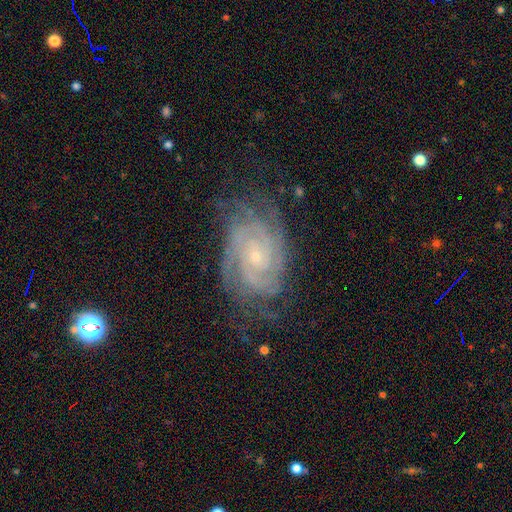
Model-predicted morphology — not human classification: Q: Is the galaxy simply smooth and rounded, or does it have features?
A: featured or disk — 88%.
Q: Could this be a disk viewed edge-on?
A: no — 97%.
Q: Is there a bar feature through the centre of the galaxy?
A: no — 68%.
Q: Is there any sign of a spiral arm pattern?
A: yes — 98%.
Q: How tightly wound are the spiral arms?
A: tight — 75%.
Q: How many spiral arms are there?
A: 2 — 25%.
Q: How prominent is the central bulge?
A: small — 79%.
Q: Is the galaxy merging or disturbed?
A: none — 68%.